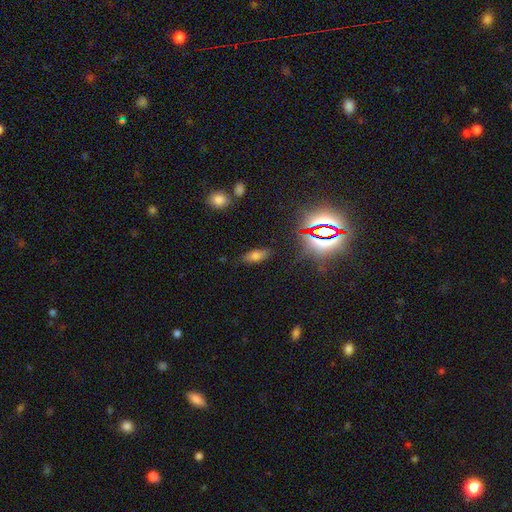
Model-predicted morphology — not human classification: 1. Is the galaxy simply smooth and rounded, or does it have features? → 64% smooth, 21% star or artifact, 15% featured or disk.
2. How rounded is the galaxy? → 81% in between, 14% cigar-shaped, 5% round.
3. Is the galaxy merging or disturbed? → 83% none, 12% minor disturbance, 3% major disturbance, 2% merger.